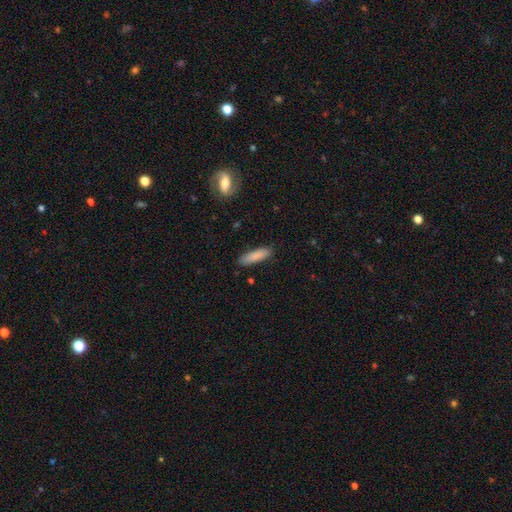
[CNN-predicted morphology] Smooth or featured?
  - smooth: 86% *
  - featured or disk: 8%
  - star or artifact: 6%
How rounded?
  - cigar-shaped: 63% *
  - in between: 35%
  - round: 2%
Merging?
  - none: 86% *
  - minor disturbance: 10%
  - major disturbance: 2%
  - merger: 1%